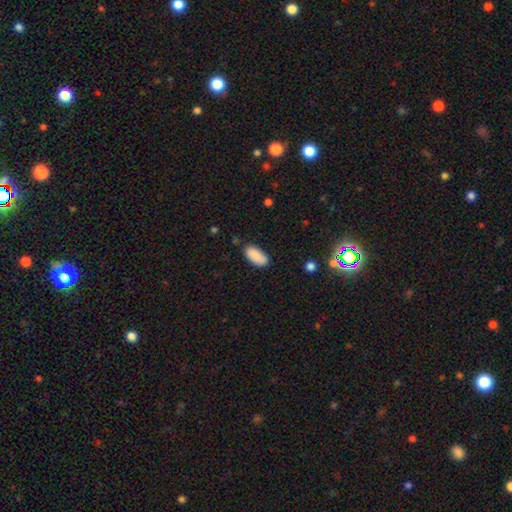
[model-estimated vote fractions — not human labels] smooth-or-featured: smooth: 88% | star or artifact: 7% | featured or disk: 5%
  how-rounded: in between: 92% | cigar-shaped: 6% | round: 2%
  merging: none: 83% | minor disturbance: 13% | major disturbance: 3% | merger: 2%